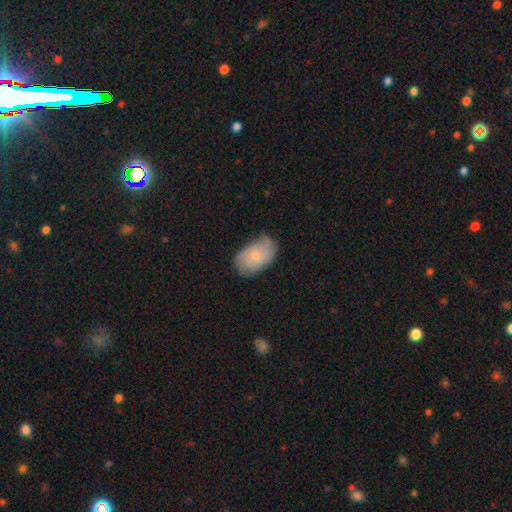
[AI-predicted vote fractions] Overall: smooth (59%; featured or disk 34%). How rounded: in between (92%). Merging: none (61%; minor disturbance 30%).